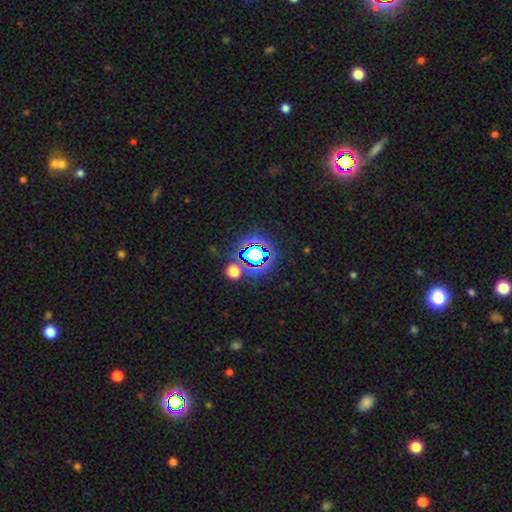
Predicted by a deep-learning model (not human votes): Morphology: type=star or artifact (66%).